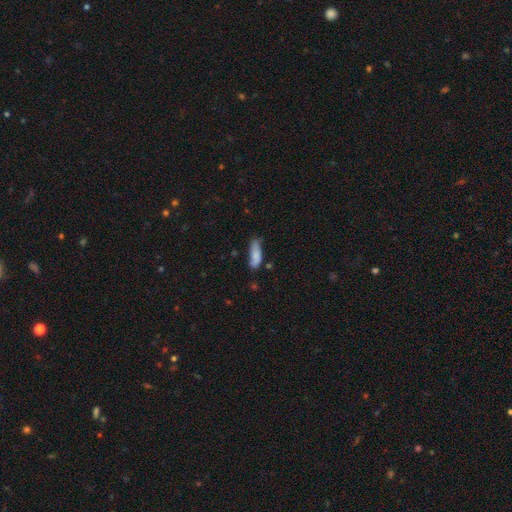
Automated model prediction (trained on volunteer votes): A smooth galaxy with no disk features (80%) that is in between round and cigar-shaped (58%).

Vote fractions:
- Smooth or featured? smooth: 80% / featured or disk: 14% / star or artifact: 7%
- How rounded? in between: 58% / cigar-shaped: 41% / round: 2%
- Merging? none: 59% / minor disturbance: 31% / major disturbance: 7% / merger: 3%